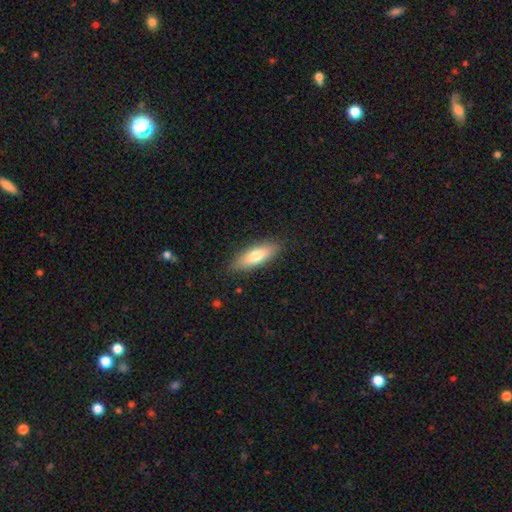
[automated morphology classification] This appears to be a smooth galaxy with no disk features (71%) that is in between round and cigar-shaped (55%). Merging: none (87%).